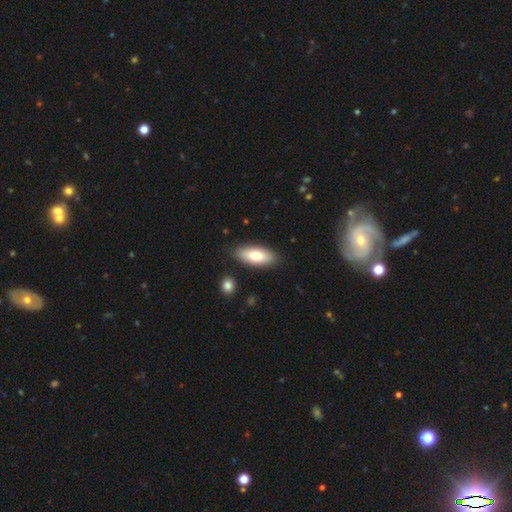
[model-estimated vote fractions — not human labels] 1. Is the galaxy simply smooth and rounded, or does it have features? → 76% smooth, 18% featured or disk, 6% star or artifact.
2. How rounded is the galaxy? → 82% in between, 15% cigar-shaped, 2% round.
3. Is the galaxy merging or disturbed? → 86% none, 9% minor disturbance, 2% merger, 2% major disturbance.